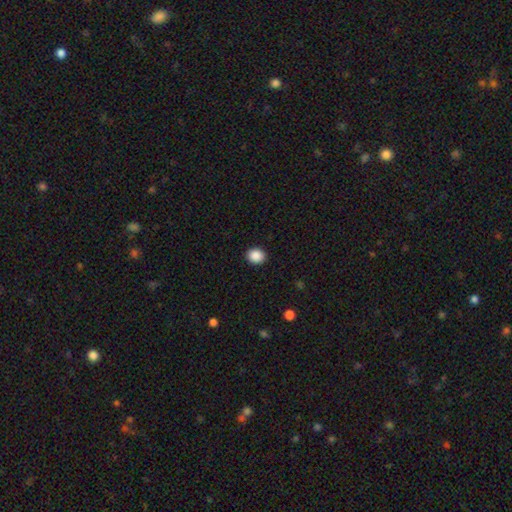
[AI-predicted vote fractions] Smooth or featured? smooth (89%)
How rounded? round (69%)
Merging? none (92%)